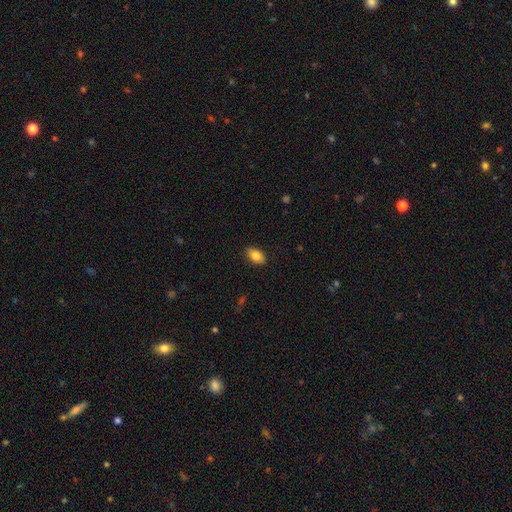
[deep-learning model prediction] Overall: smooth (85%). How rounded: in between (91%). Merging: none (89%).